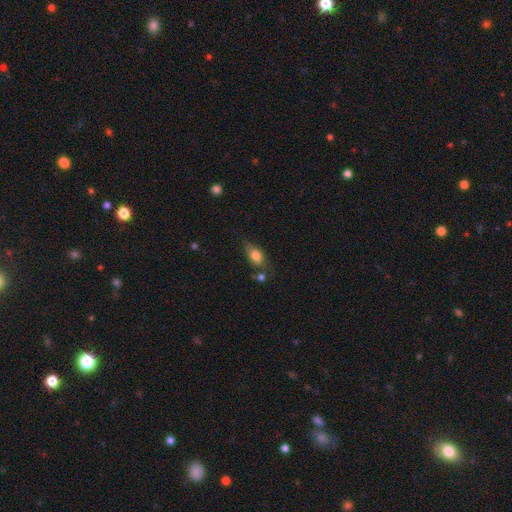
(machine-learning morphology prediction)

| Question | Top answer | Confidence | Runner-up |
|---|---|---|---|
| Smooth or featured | smooth | 74% | featured or disk (17%) |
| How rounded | in between | 78% | round (14%) |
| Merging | none | 58% | minor disturbance (24%) |